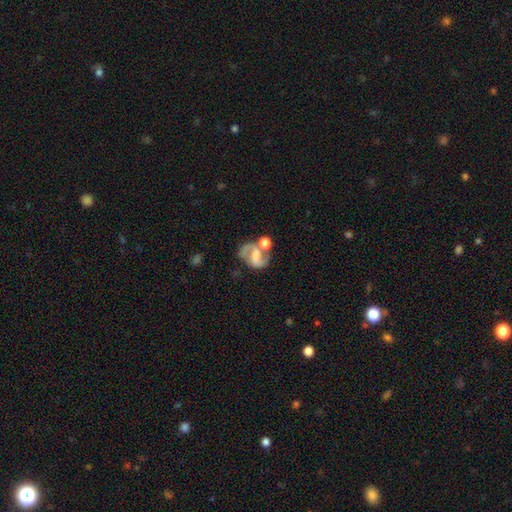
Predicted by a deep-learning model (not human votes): Morphology: type=featured or disk (76%); edge-on=no (98%); bar=weak (43%); spiral arms=yes (90%); winding=medium (51%); arm count=2 (88%); bulge=none (34%); merging=none (49%).